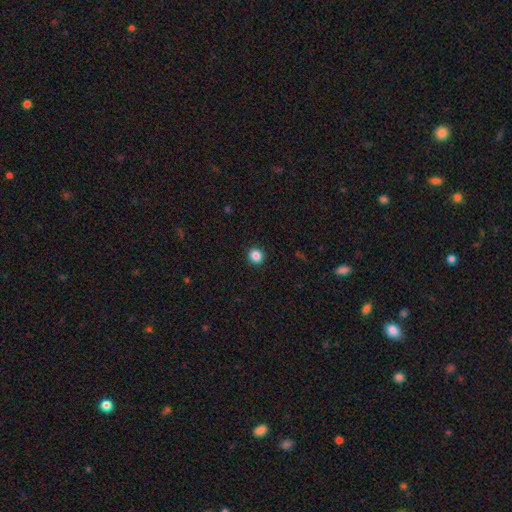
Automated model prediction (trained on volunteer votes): Smooth or featured?
  - smooth: 86% *
  - star or artifact: 10%
  - featured or disk: 4%
How rounded?
  - round: 81% *
  - in between: 18%
  - cigar-shaped: 1%
Merging?
  - none: 92% *
  - minor disturbance: 6%
  - major disturbance: 2%
  - merger: 1%